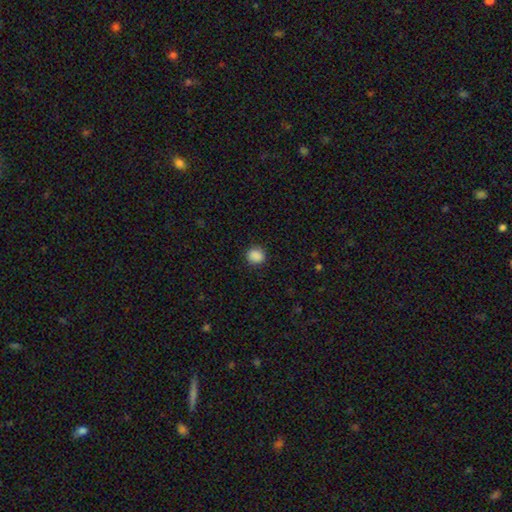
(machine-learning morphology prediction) Overall: smooth (88%). How rounded: round (83%). Merging: none (89%).